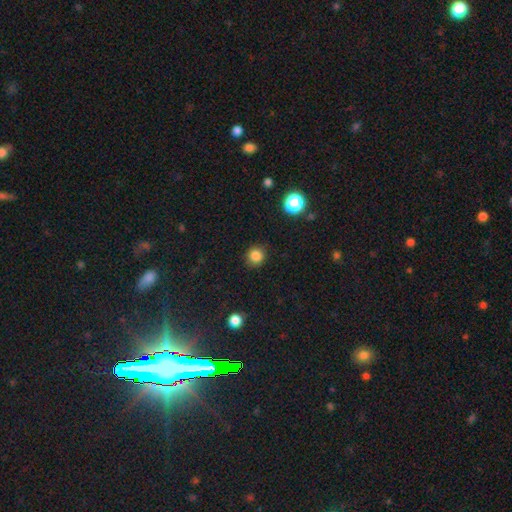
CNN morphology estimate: Smooth or featured? Predicted: smooth (p=0.84). How rounded? Predicted: round (p=0.91). Merging? Predicted: none (p=0.89).